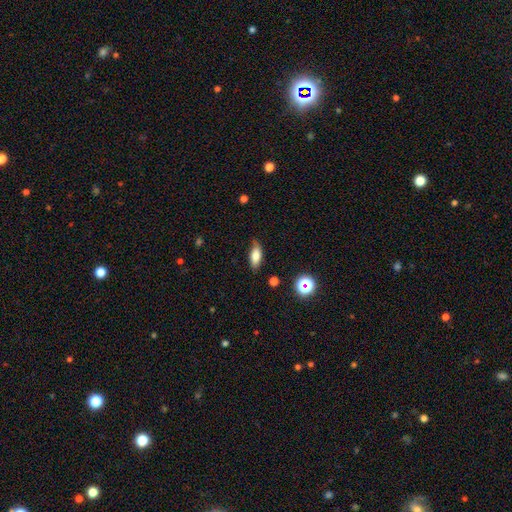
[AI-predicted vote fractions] The model was most divided on "how rounded": in between: 77%, cigar-shaped: 19%, round: 4%. More confident: merging — none (78%); smooth or featured — smooth (76%).